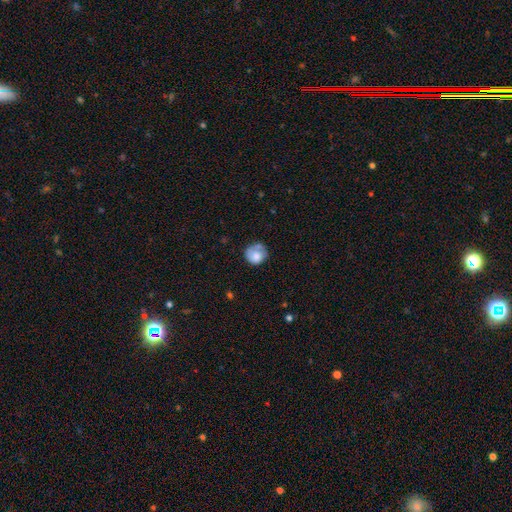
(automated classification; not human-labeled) Smooth or featured? Predicted: smooth (p=0.73). How rounded? Predicted: round (p=0.80). Merging? Predicted: none (p=0.51).